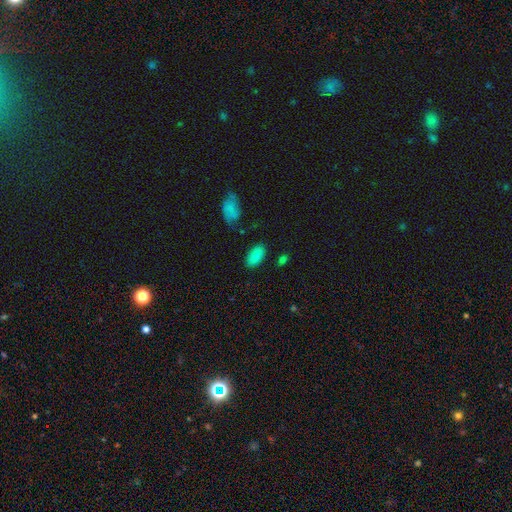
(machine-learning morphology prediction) The model was most divided on "smooth or featured": smooth: 79%, featured or disk: 13%, star or artifact: 8%. More confident: how rounded — in between (94%); merging — none (80%).